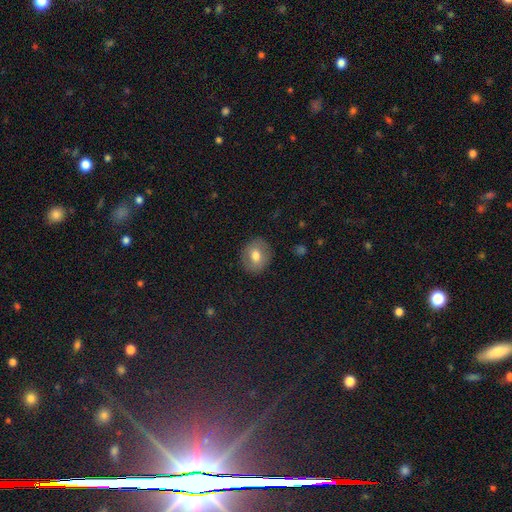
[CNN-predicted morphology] Smooth or featured? Predicted: smooth (p=0.69). How rounded? Predicted: round (p=0.72). Merging? Predicted: none (p=0.86).